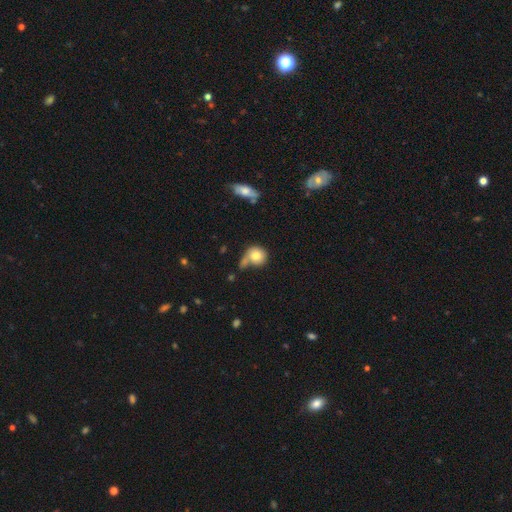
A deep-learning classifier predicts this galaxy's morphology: Smooth or featured? smooth (79%)
How rounded? round (84%)
Merging? none (46%)